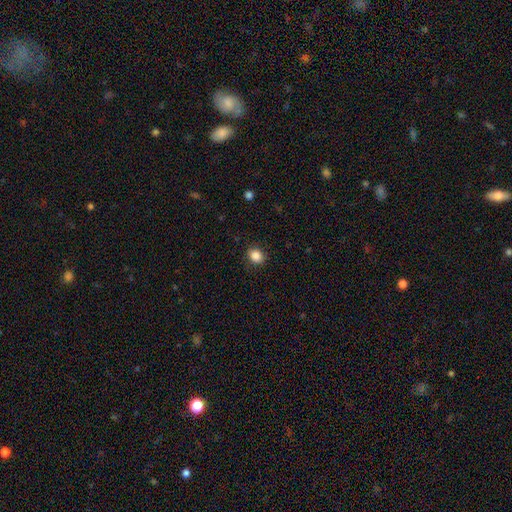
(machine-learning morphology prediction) Overall: smooth (87%). How rounded: round (57%; in between 42%). Merging: none (87%).